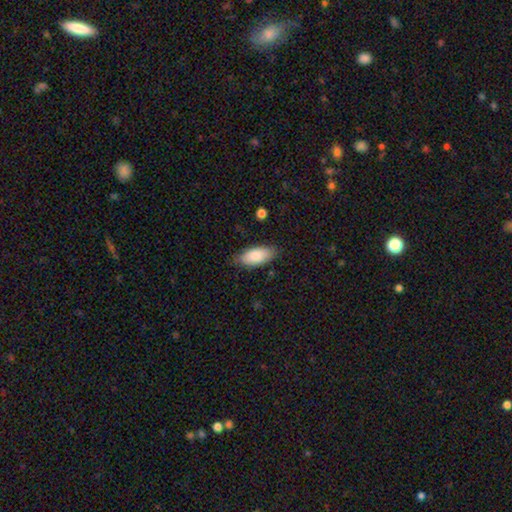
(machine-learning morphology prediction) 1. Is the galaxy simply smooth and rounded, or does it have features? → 86% smooth, 8% featured or disk, 6% star or artifact.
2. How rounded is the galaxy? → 89% in between, 9% cigar-shaped, 2% round.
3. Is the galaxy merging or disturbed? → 81% none, 15% minor disturbance, 3% major disturbance, 1% merger.